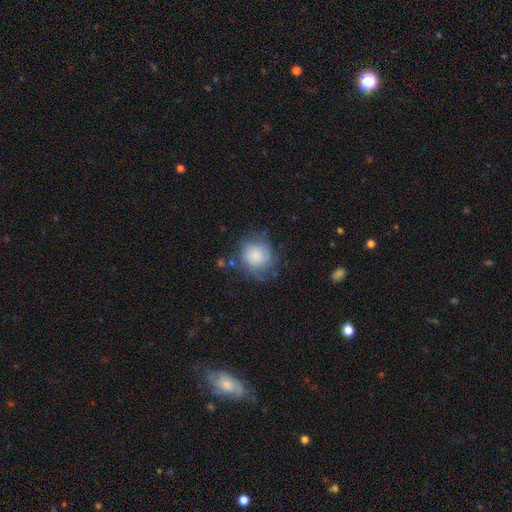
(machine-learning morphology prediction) The model was most divided on "merging": none: 59%, minor disturbance: 26%, major disturbance: 12%, merger: 3%. More confident: how rounded — round (84%); smooth or featured — smooth (77%).